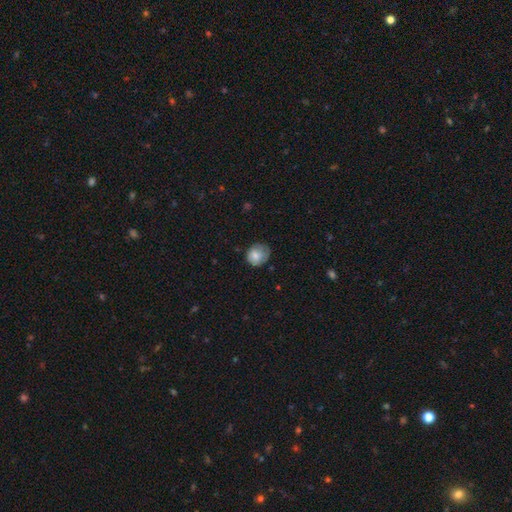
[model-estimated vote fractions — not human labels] Smooth or featured: smooth — 77% (featured or disk — 16%)
How rounded: round — 76% (in between — 23%)
Merging: none — 59% (minor disturbance — 31%)